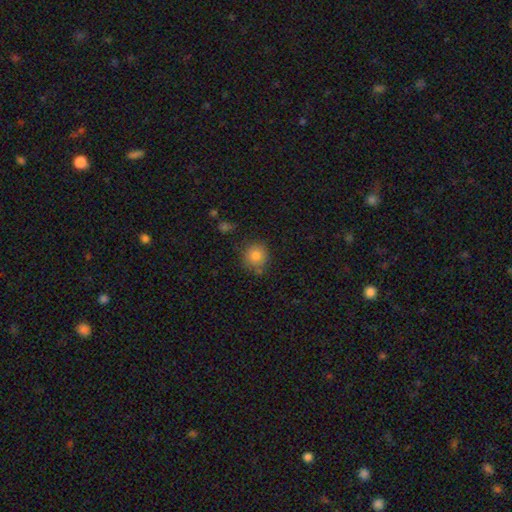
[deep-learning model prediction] smooth 82%, star or artifact 10%, featured or disk 8%. Down the decision tree: how rounded — round (89%); merging — none (74%).